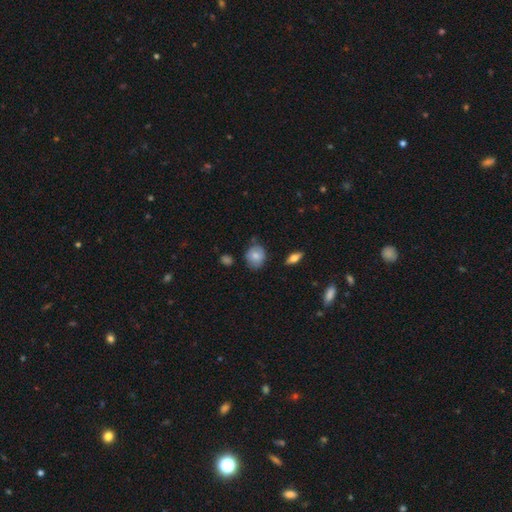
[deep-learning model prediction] A smooth galaxy with no disk features (73%) that is round (67%). Merging: none (71%).